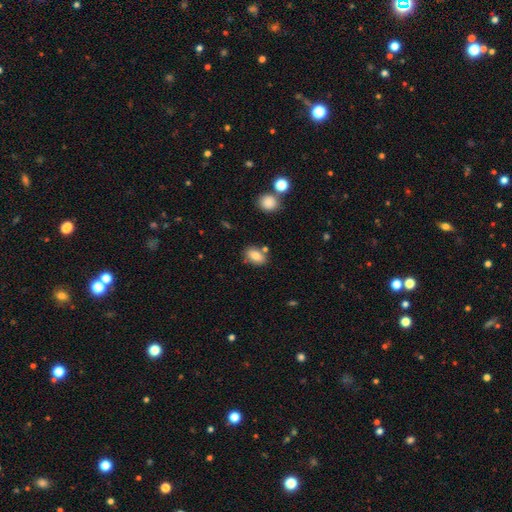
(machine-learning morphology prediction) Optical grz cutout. It shows a smooth galaxy with no disk features (82%) that is in between round and cigar-shaped (86%). Merging: none (73%).